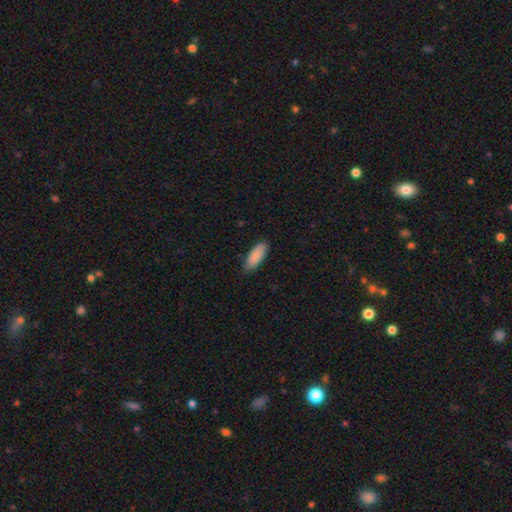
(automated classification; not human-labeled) A smooth galaxy with no disk features (88%) that is in between round and cigar-shaped (74%).

Vote fractions:
- Smooth or featured? smooth: 88% / featured or disk: 6% / star or artifact: 6%
- How rounded? in between: 74% / cigar-shaped: 25% / round: 2%
- Merging? none: 84% / minor disturbance: 13% / major disturbance: 2% / merger: 1%